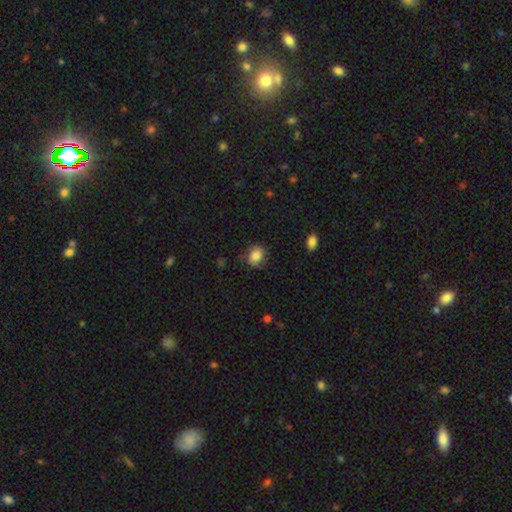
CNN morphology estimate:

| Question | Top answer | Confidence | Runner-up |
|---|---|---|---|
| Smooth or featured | smooth | 83% | star or artifact (8%) |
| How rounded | round | 55% | in between (44%) |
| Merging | none | 73% | minor disturbance (20%) |